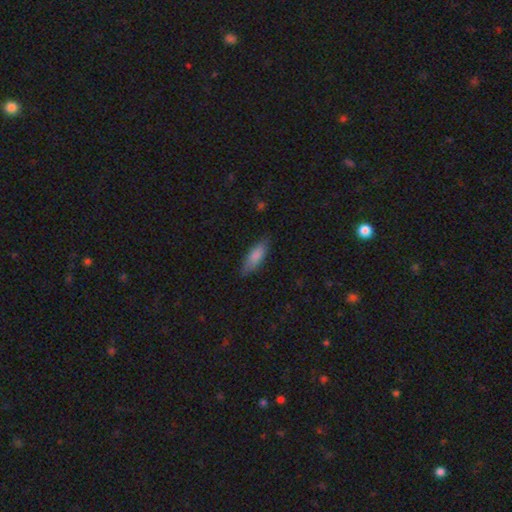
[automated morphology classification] Overall: smooth (84%). How rounded: in between (62%; cigar-shaped 36%). Merging: none (79%).